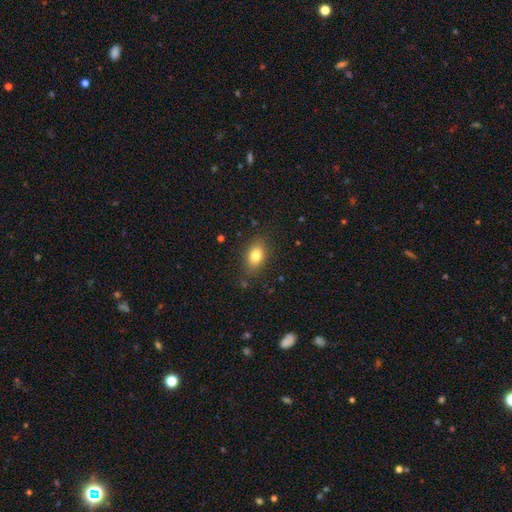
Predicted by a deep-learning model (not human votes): Smooth or featured? smooth (81%)
How rounded? in between (81%)
Merging? none (83%)